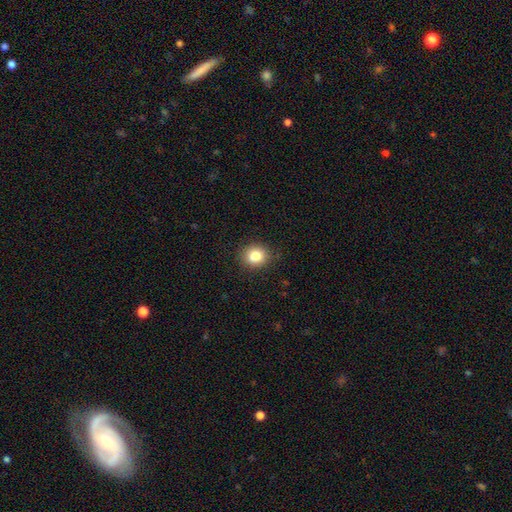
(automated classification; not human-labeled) Overall: smooth (83%). How rounded: round (77%). Merging: none (86%).